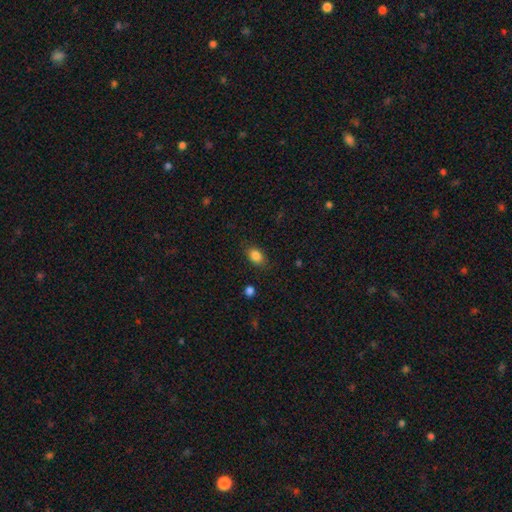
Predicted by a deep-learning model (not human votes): This appears to be a smooth galaxy with no disk features (85%) that is in between round and cigar-shaped (79%). Merging: none (81%).